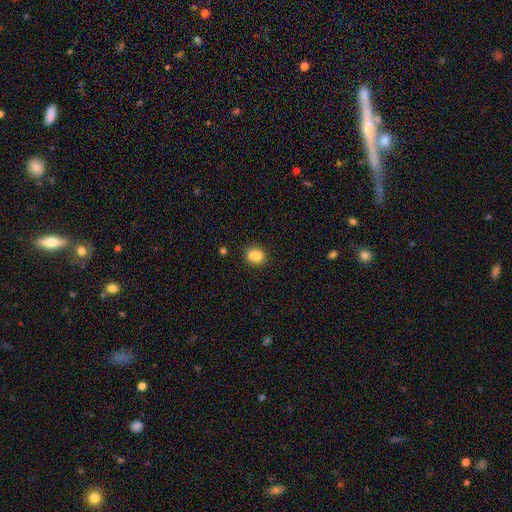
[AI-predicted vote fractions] smooth 78%, featured or disk 11%, star or artifact 10%. Down the decision tree: how rounded — round (65%); merging — none (57%).